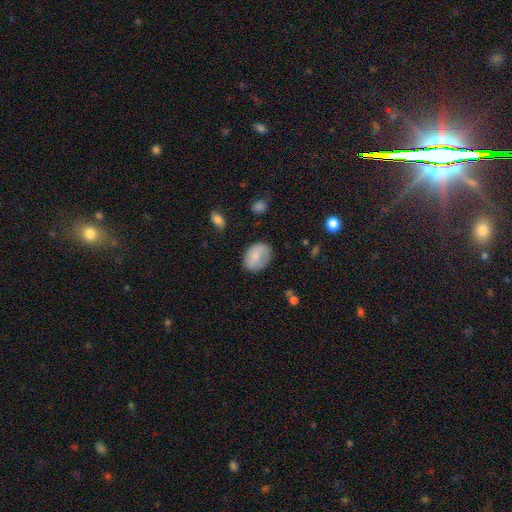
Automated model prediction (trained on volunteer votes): This appears to be a smooth galaxy with no disk features (76%) that is in between round and cigar-shaped (71%). Merging: none (73%).